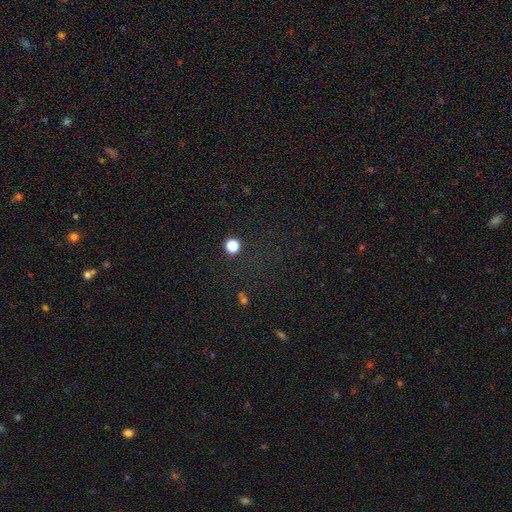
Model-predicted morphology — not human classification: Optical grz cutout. It shows a star or artifact, not a galaxy (65%).